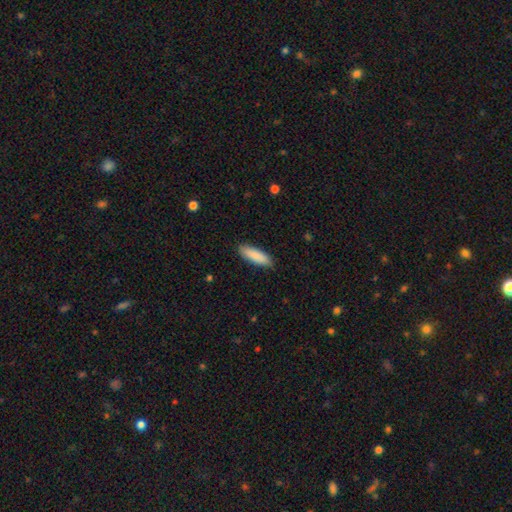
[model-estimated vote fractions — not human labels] Morphology: type=smooth (89%); roundness=in between (51%); merging=none (88%).